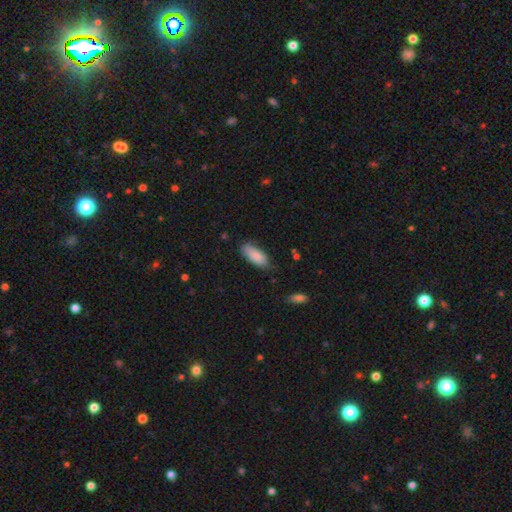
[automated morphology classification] smooth-or-featured: smooth: 86% | featured or disk: 8% | star or artifact: 6%
  how-rounded: in between: 80% | cigar-shaped: 18% | round: 2%
  merging: none: 71% | minor disturbance: 23% | major disturbance: 4% | merger: 2%